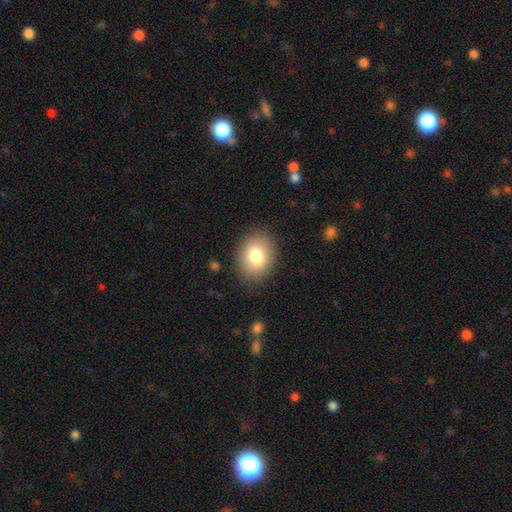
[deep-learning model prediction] The model was most divided on "how rounded": in between: 60%, round: 39%, cigar-shaped: 1%. More confident: merging — none (84%); smooth or featured — smooth (80%).